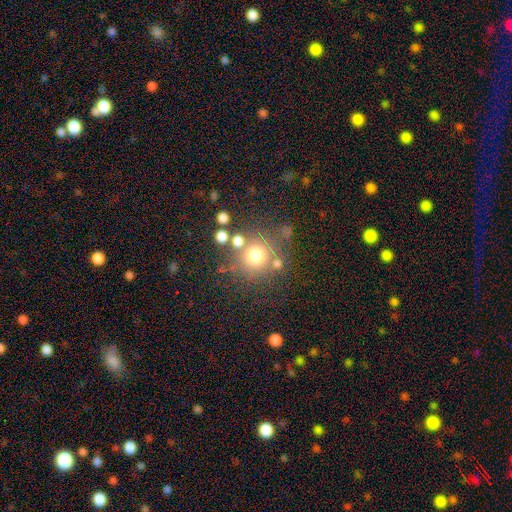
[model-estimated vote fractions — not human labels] Smooth or featured: smooth — 70% (star or artifact — 17%)
How rounded: round — 92% (in between — 7%)
Merging: none — 71% (merger — 12%)